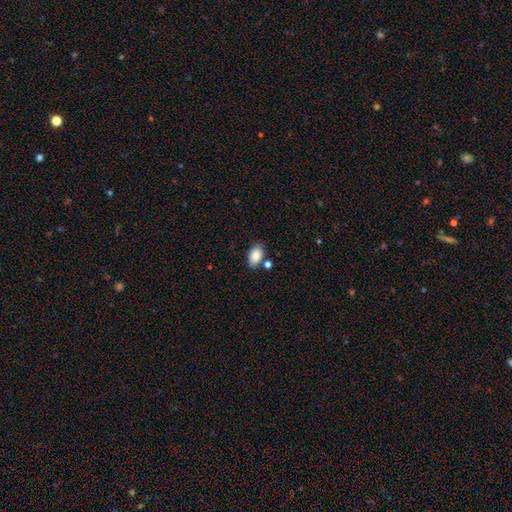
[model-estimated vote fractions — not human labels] Overall: smooth (87%). How rounded: in between (91%). Merging: none (75%).